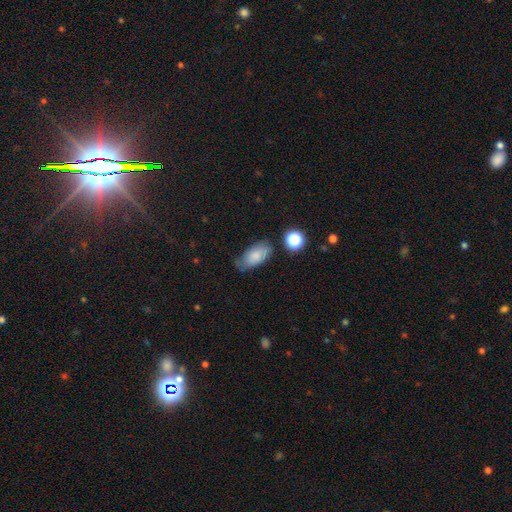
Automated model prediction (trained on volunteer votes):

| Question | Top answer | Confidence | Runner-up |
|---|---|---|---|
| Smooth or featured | smooth | 78% | featured or disk (14%) |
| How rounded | in between | 91% | round (5%) |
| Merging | none | 57% | minor disturbance (31%) |